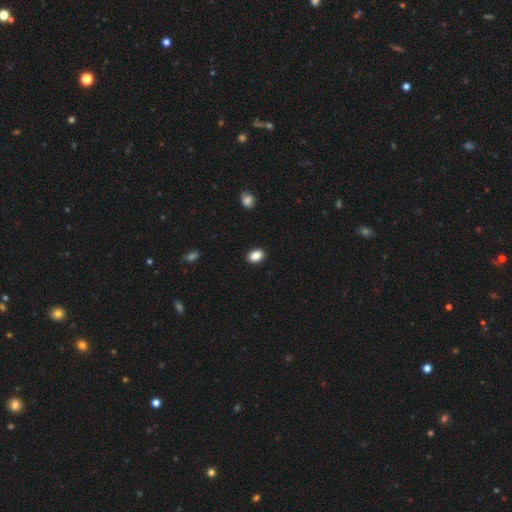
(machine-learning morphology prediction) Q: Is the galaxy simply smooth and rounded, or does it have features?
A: smooth — 88%.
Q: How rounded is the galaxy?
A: in between — 82%.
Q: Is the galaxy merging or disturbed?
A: none — 90%.